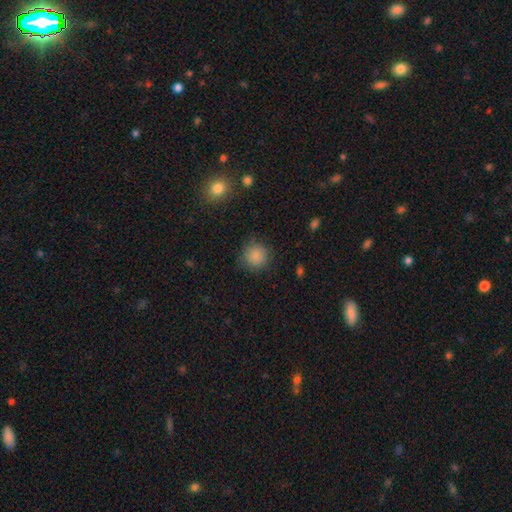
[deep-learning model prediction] The model was most divided on "merging": none: 83%, minor disturbance: 11%, major disturbance: 4%, merger: 1%. More confident: how rounded — round (92%); smooth or featured — smooth (85%).